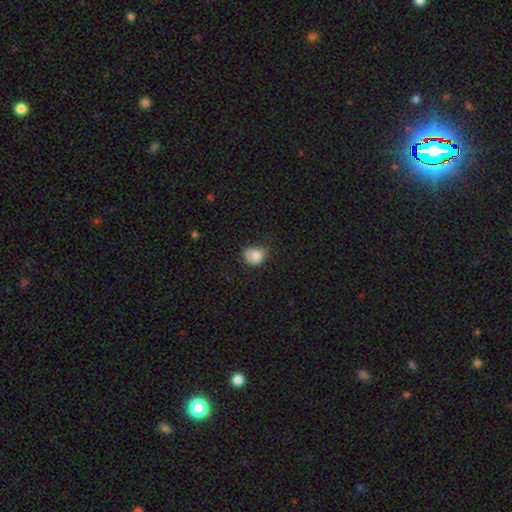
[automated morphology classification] This is likely a smooth galaxy (80%). How rounded: possibly round (57%). Merging: possibly none (47%).